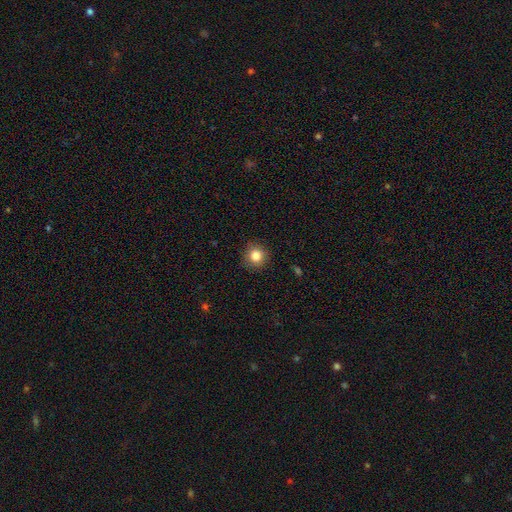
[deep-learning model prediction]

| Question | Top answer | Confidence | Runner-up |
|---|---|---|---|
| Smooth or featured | smooth | 83% | star or artifact (11%) |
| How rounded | round | 92% | in between (7%) |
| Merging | none | 90% | minor disturbance (7%) |